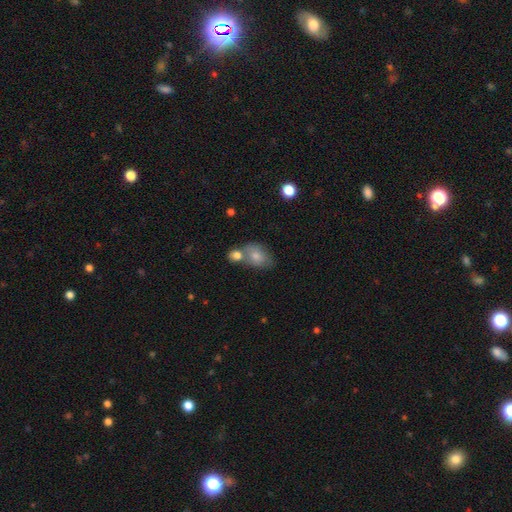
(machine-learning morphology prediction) This appears to be a smooth galaxy with no disk features (76%) that is in between round and cigar-shaped (77%). Merging: none (41%).